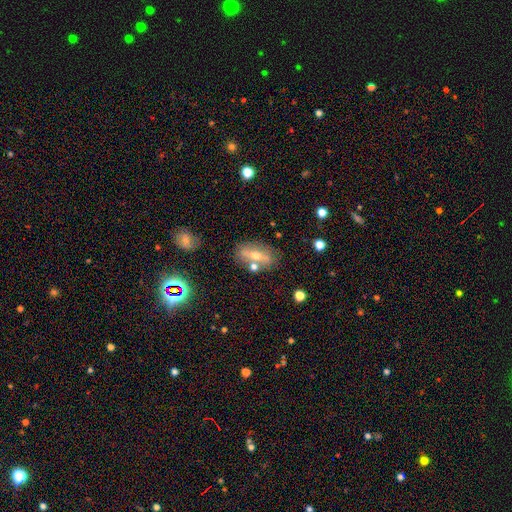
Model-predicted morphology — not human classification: Overall: featured or disk (48%; smooth 40%). Merging: none (71%).